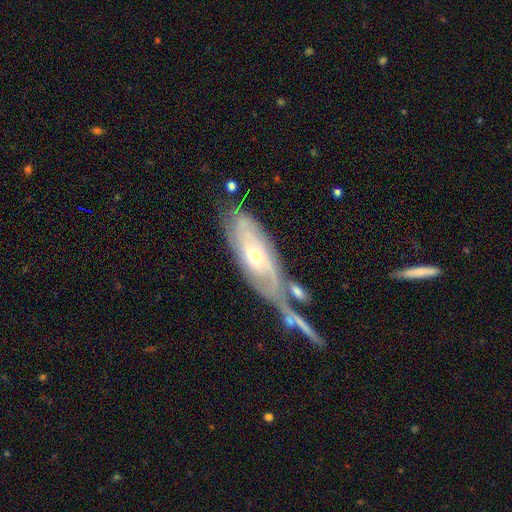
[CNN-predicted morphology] Smooth or featured? Predicted: featured or disk (p=0.78). Edge-on disk? Predicted: no (p=0.86). Bar? Predicted: no (p=0.68). Spiral arms? Predicted: yes (p=0.89). Spiral winding? Predicted: tight (p=0.64). Spiral arm count? Predicted: can't tell (p=0.46). Bulge size? Predicted: moderate (p=0.48, tied with small). Merging? Predicted: none (p=0.51).